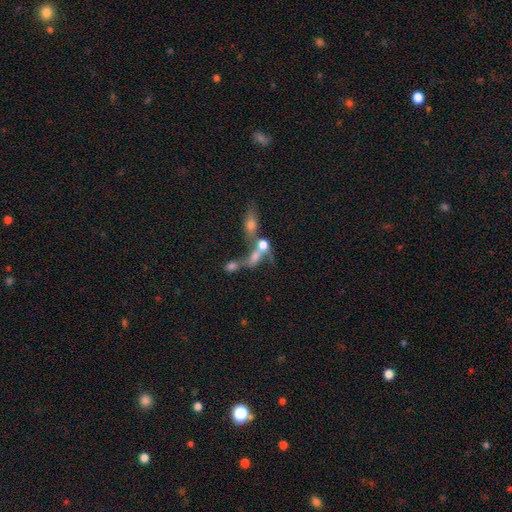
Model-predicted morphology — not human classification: A smooth galaxy with no disk features (46%).

Vote fractions:
- Smooth or featured? smooth: 46% / featured or disk: 36% / star or artifact: 18%
- Merging? merger: 61% / none: 19% / major disturbance: 12% / minor disturbance: 8%